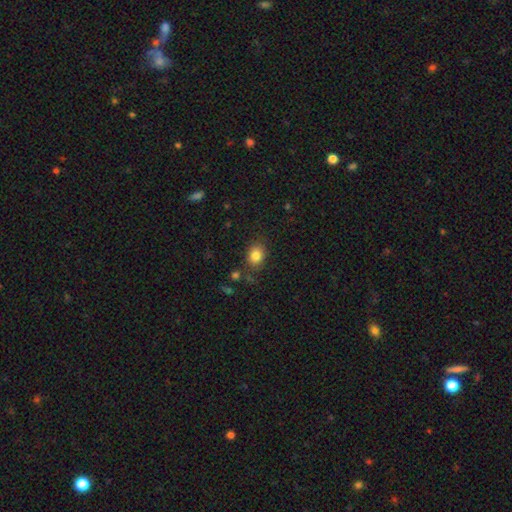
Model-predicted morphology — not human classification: smooth-or-featured: smooth: 83% | star or artifact: 11% | featured or disk: 7%
  how-rounded: round: 52% | in between: 47% | cigar-shaped: 1%
  merging: none: 78% | minor disturbance: 14% | major disturbance: 4% | merger: 4%